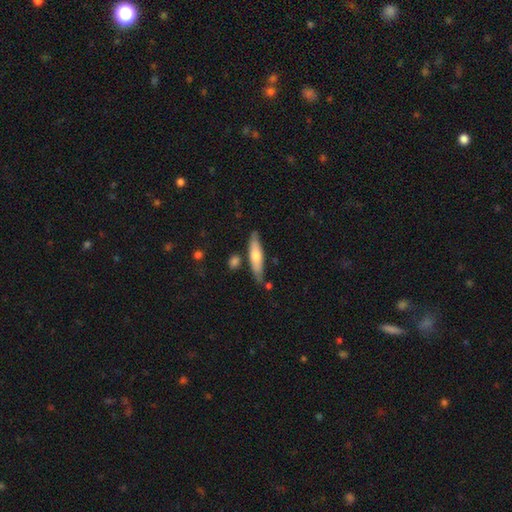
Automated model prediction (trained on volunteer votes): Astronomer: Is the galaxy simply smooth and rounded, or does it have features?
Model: smooth — 59% (runner-up: featured or disk, 35%).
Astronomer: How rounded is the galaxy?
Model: cigar-shaped — 74%.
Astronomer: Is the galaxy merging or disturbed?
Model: none — 76%.